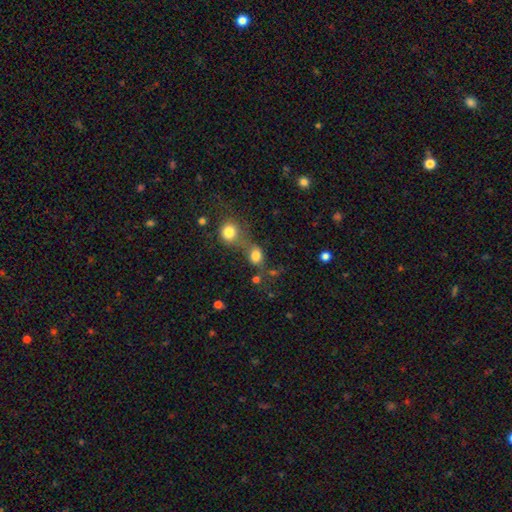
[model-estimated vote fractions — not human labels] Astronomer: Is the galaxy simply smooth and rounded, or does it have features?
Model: smooth — 79%.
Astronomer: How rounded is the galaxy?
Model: round — 60% (runner-up: in between, 39%).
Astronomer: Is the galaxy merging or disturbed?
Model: merger — 46% (runner-up: none, 35%).